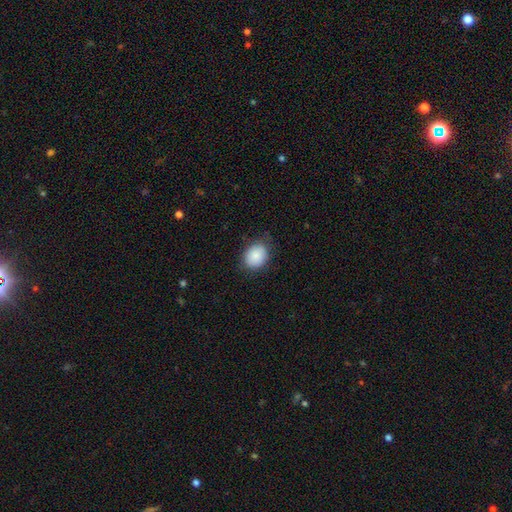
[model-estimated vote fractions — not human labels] Overall: smooth (87%). How rounded: in between (53%; round 46%). Merging: none (76%).